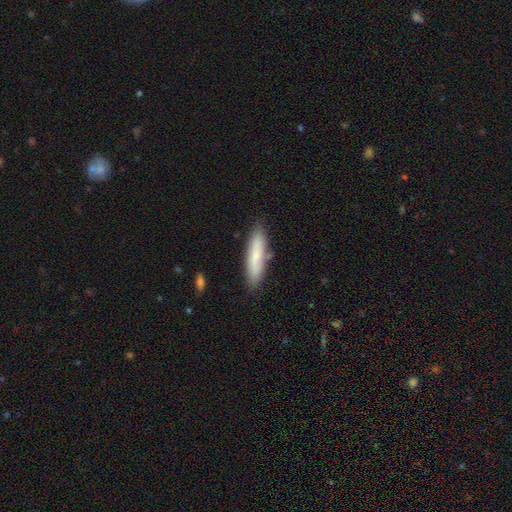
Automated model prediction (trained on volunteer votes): smooth-or-featured: smooth: 76% | featured or disk: 17% | star or artifact: 6%
  how-rounded: cigar-shaped: 79% | in between: 20% | round: 1%
  merging: none: 84% | minor disturbance: 12% | merger: 3% | major disturbance: 2%